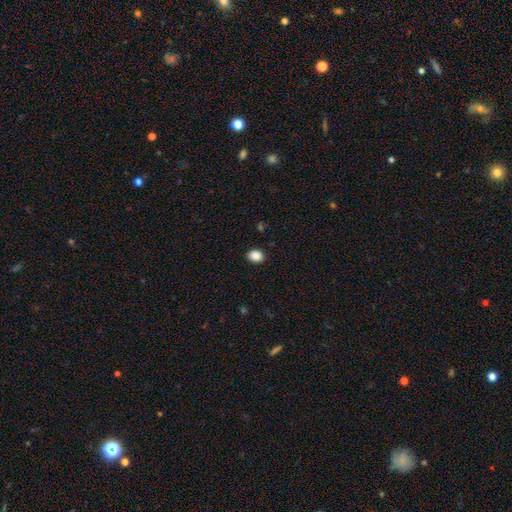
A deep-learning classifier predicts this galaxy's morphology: The model was most divided on "how rounded": in between: 65%, round: 34%, cigar-shaped: 1%. More confident: merging — none (89%); smooth or featured — smooth (89%).